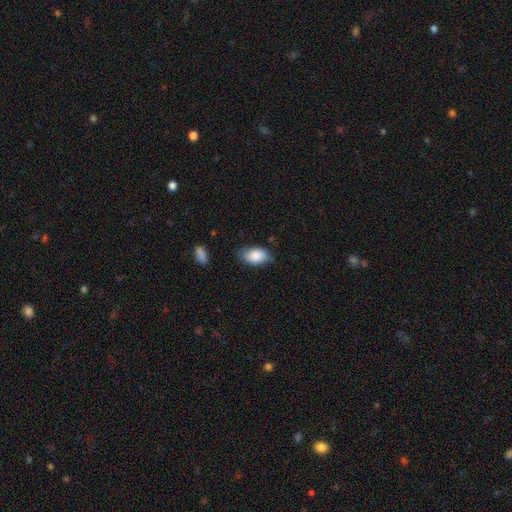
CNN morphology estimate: A smooth galaxy with no disk features (86%) that is in between round and cigar-shaped (92%). Merging: none (71%).